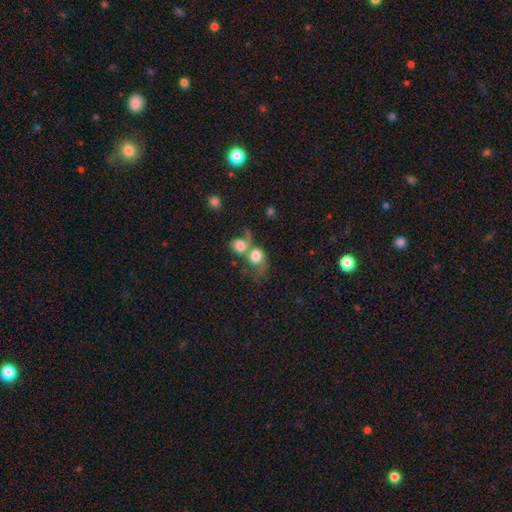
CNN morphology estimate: This appears to be a smooth galaxy with no disk features (65%) that is round (71%). Merging: merger (70%).